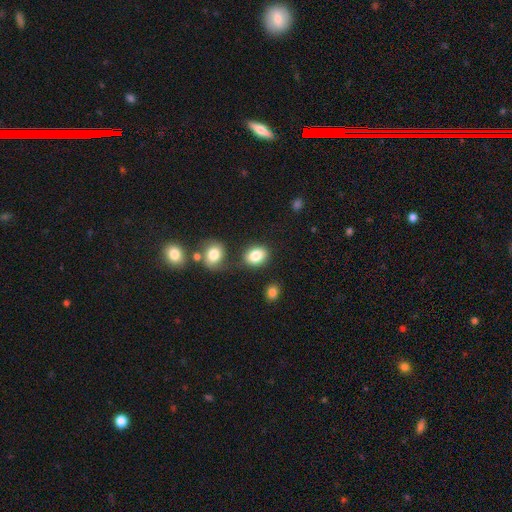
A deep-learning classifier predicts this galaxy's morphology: A smooth galaxy with no disk features (83%) that is in between round and cigar-shaped (63%). Merging: none (71%).